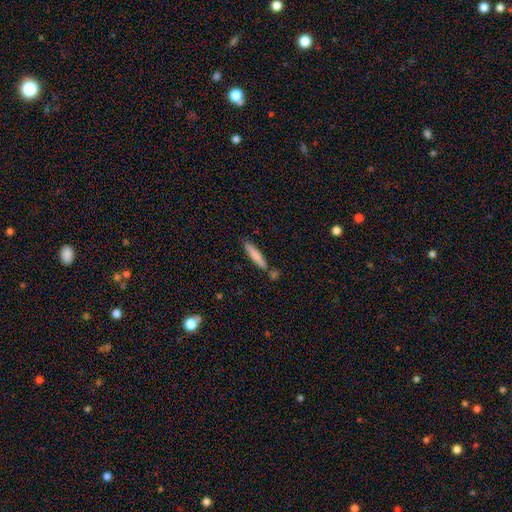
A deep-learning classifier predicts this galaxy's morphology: Overall: smooth (77%). How rounded: cigar-shaped (89%). Merging: none (72%).